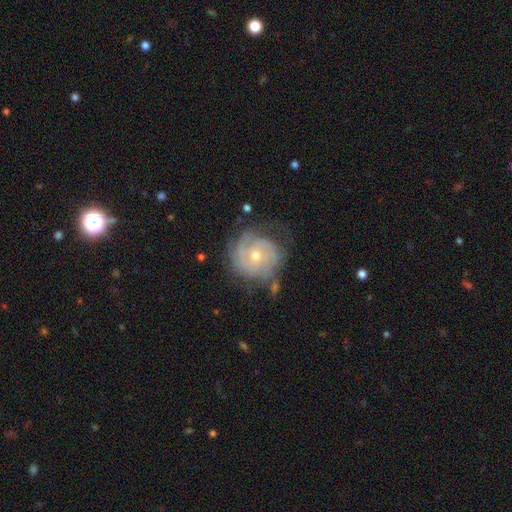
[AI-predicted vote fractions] Morphology: type=featured or disk (80%); edge-on=no (97%); bar=no (76%); spiral arms=yes (92%); winding=tight (68%); arm count=can't tell (35%); bulge=small (49%); merging=none (67%).